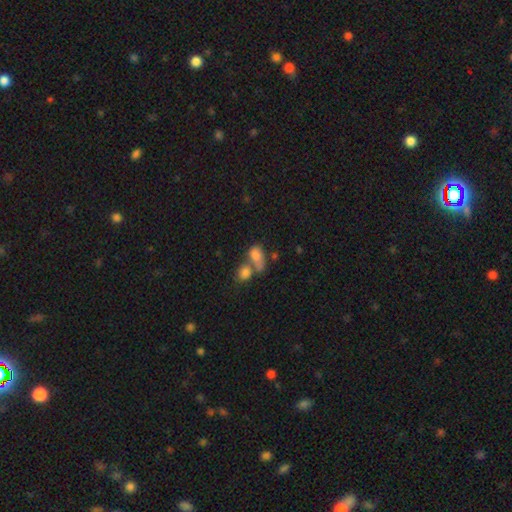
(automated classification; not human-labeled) Smooth or featured? smooth (79%)
How rounded? in between (80%)
Merging? merger (61%)